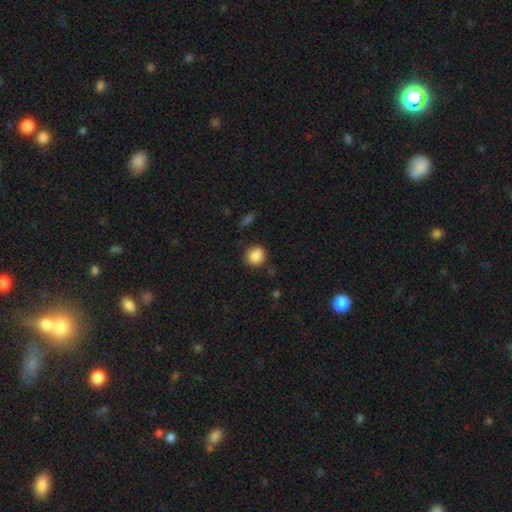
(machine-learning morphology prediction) This is clearly a smooth galaxy (87%). How rounded: likely round (78%). Merging: likely none (77%).